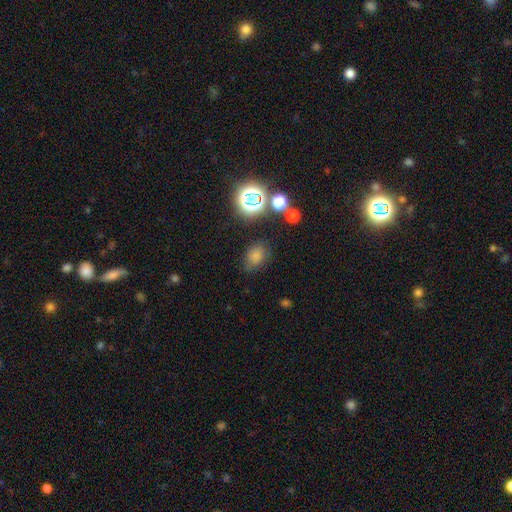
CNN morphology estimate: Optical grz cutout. It shows a smooth galaxy with no disk features (56%) that is in between round and cigar-shaped (54%). Merging: none (78%).